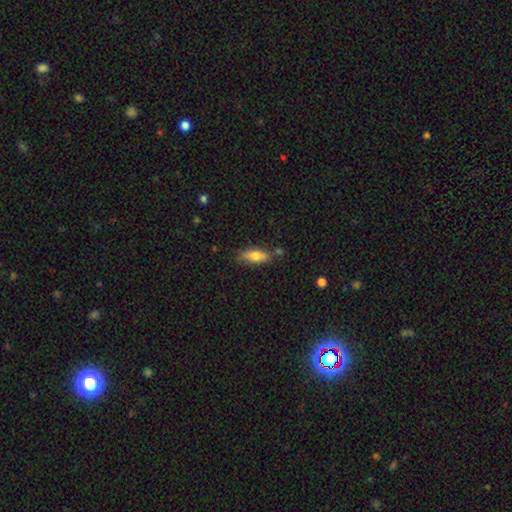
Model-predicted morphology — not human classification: A smooth galaxy with no disk features (68%) that is in between round and cigar-shaped (63%).

Vote fractions:
- Smooth or featured? smooth: 68% / featured or disk: 25% / star or artifact: 7%
- How rounded? in between: 63% / cigar-shaped: 34% / round: 3%
- Merging? none: 67% / minor disturbance: 21% / merger: 7% / major disturbance: 5%